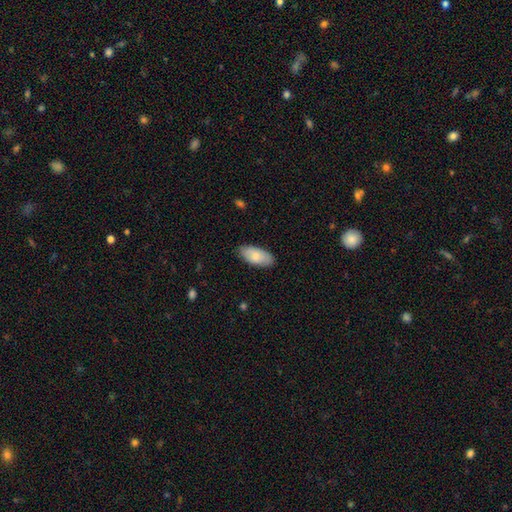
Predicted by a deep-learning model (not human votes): This is clearly a smooth galaxy (83%). How rounded: clearly in between (91%). Merging: clearly none (86%).